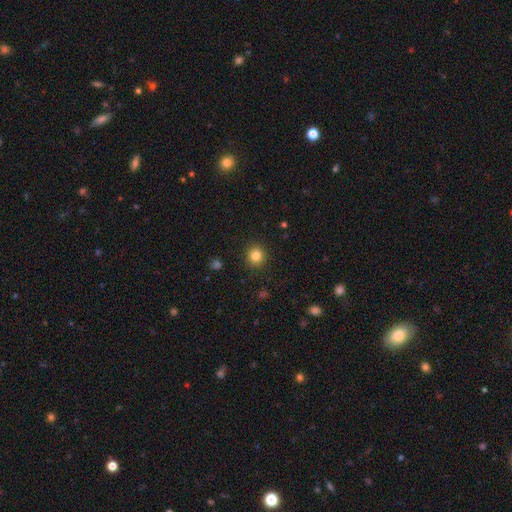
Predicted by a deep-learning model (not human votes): smooth_or_featured: smooth (p=0.83) [alt: star or artifact p=0.12]
how_rounded: round (p=0.90) [alt: in between p=0.09]
merging: none (p=0.91) [alt: minor disturbance p=0.06]